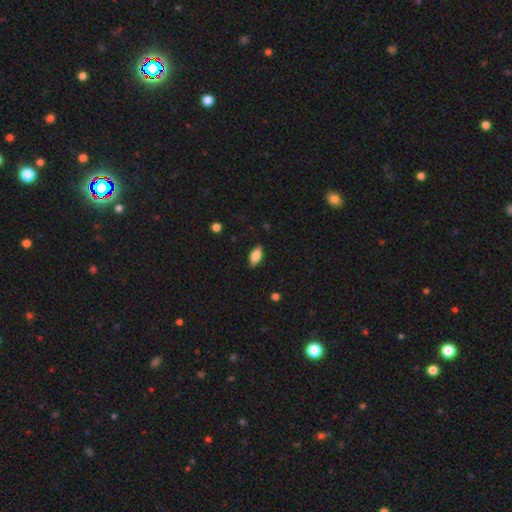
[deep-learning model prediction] A smooth galaxy with no disk features (75%) that is in between round and cigar-shaped (86%).

Vote fractions:
- Smooth or featured? smooth: 75% / featured or disk: 18% / star or artifact: 7%
- How rounded? in between: 86% / cigar-shaped: 11% / round: 3%
- Merging? none: 86% / minor disturbance: 10% / major disturbance: 2% / merger: 1%